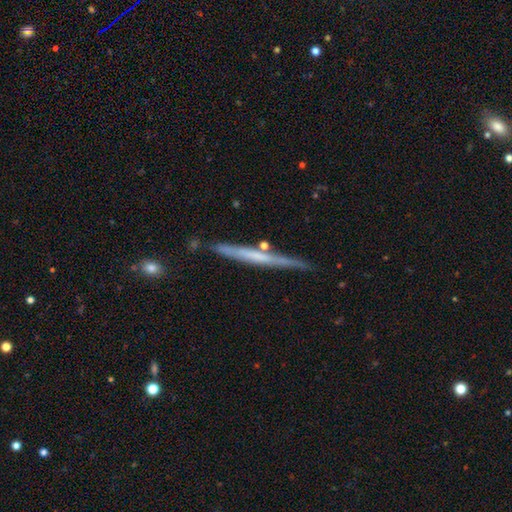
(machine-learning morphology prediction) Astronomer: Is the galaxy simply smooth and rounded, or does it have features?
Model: featured or disk — 55% (runner-up: smooth, 39%).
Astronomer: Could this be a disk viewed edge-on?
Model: yes — 96%.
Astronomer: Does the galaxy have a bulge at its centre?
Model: none — 83%.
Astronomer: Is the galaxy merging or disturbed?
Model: none — 80%.